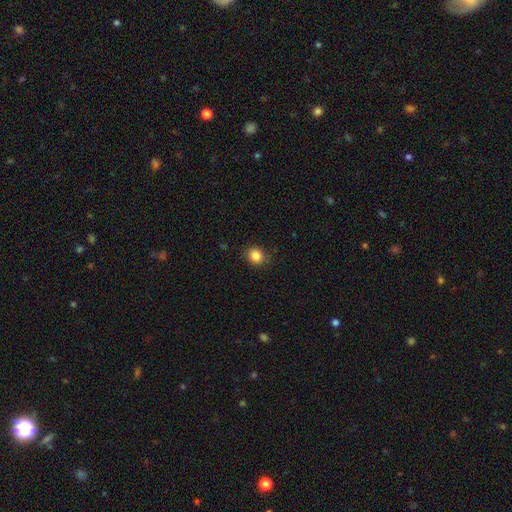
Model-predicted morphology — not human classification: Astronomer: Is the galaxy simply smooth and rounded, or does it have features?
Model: smooth — 85%.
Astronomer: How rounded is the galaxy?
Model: round — 81%.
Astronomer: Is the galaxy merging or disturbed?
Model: none — 85%.